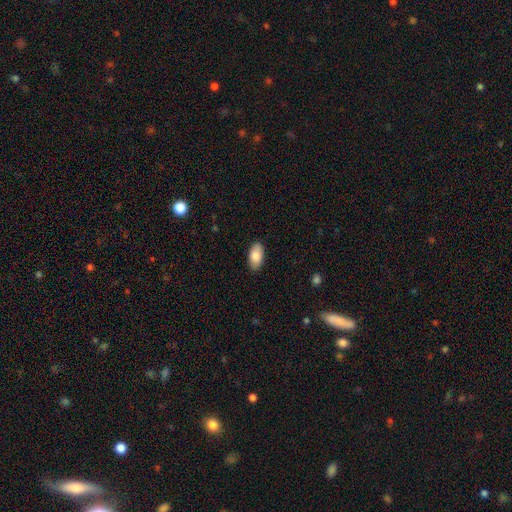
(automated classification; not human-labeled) smooth_or_featured: smooth (p=0.86) [alt: featured or disk p=0.08]
how_rounded: in between (p=0.94) [alt: cigar-shaped p=0.03]
merging: none (p=0.88) [alt: minor disturbance p=0.10]